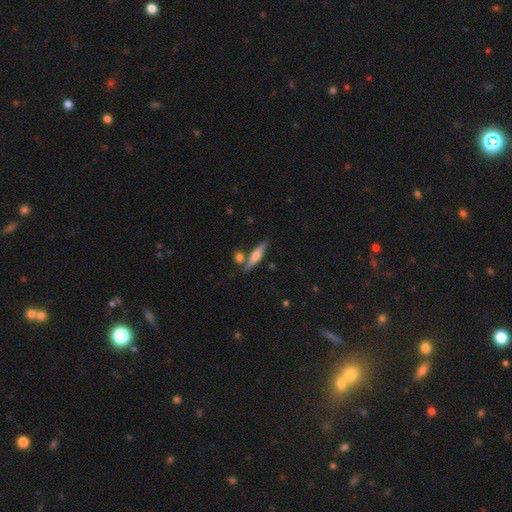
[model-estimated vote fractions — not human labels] This is possibly a smooth galaxy (50%). Merging: likely none (74%).